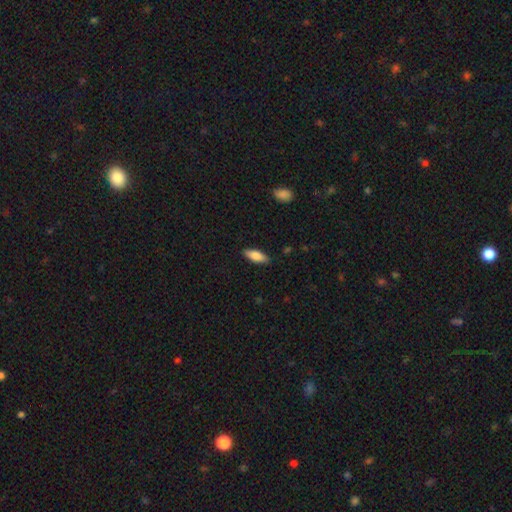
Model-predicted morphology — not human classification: Q: Smooth or featured?
A: smooth (78%); runner-up: featured or disk (16%)
Q: How rounded?
A: in between (68%); runner-up: cigar-shaped (30%)
Q: Merging?
A: none (87%); runner-up: minor disturbance (10%)